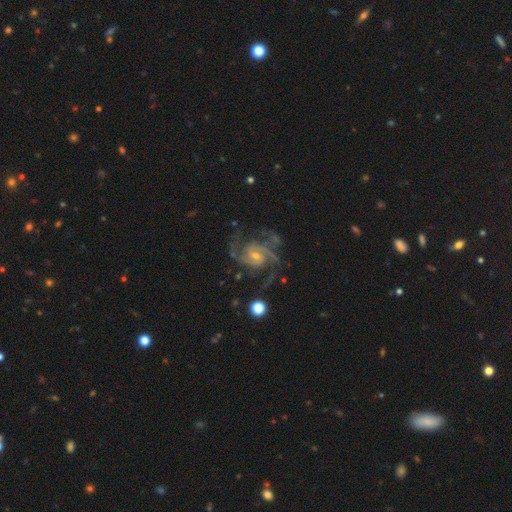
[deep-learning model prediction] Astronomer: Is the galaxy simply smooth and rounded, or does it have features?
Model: featured or disk — 91%.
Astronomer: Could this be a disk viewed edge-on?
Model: no — 98%.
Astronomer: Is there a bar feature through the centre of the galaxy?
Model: no — 46% (runner-up: weak, 42%).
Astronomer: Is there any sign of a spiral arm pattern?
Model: yes — 98%.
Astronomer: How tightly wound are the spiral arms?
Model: medium — 54% (runner-up: tight, 32%).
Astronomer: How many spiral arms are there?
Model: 2 — 37% (runner-up: 3, 33%).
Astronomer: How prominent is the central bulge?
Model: small — 58% (runner-up: moderate, 37%).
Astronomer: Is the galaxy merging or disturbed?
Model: none — 61%.